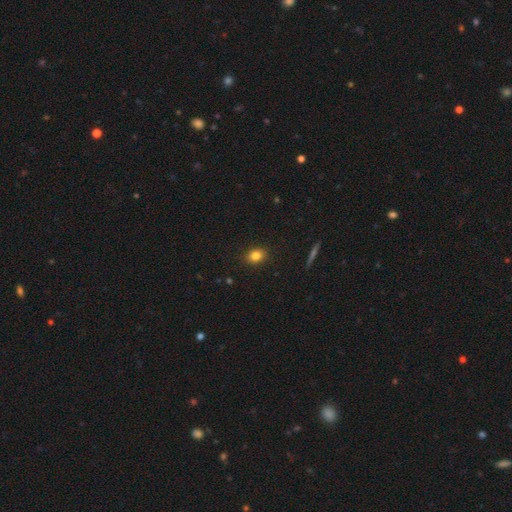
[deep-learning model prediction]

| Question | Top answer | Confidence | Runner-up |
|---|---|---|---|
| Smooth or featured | smooth | 82% | star or artifact (11%) |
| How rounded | round | 50% | in between (49%) |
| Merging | none | 89% | minor disturbance (8%) |